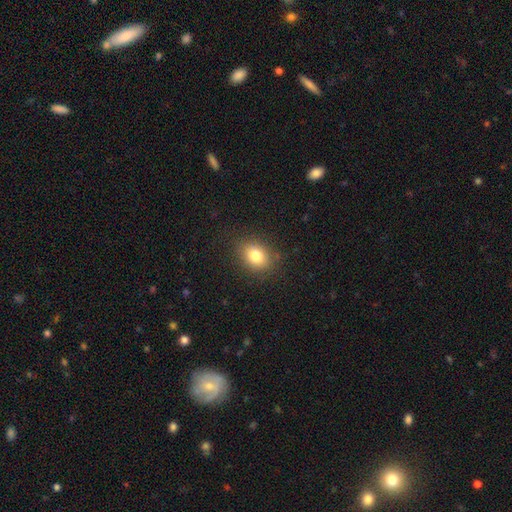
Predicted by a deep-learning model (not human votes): This appears to be a smooth galaxy with no disk features (81%) that is in between round and cigar-shaped (60%). Merging: none (83%).